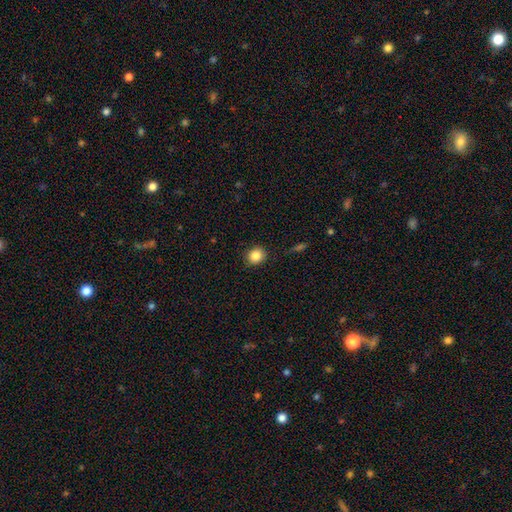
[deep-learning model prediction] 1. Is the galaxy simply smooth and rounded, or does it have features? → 85% smooth, 10% star or artifact, 5% featured or disk.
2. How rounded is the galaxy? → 81% round, 18% in between, 1% cigar-shaped.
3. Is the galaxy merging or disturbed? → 89% none, 8% minor disturbance, 2% major disturbance, 1% merger.